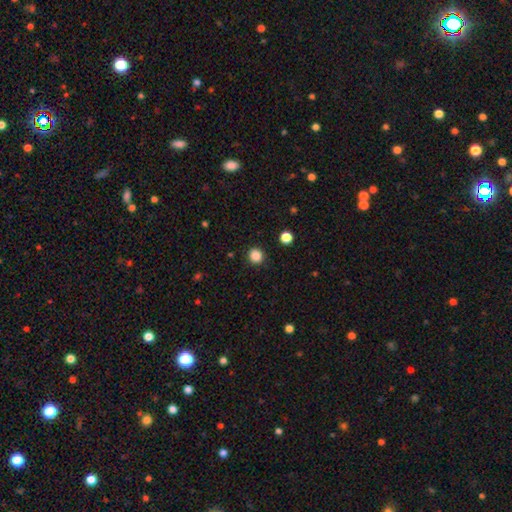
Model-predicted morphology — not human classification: smooth-or-featured: smooth: 86% | star or artifact: 11% | featured or disk: 3%
  how-rounded: round: 91% | in between: 8% | cigar-shaped: 1%
  merging: none: 91% | minor disturbance: 5% | major disturbance: 2% | merger: 1%